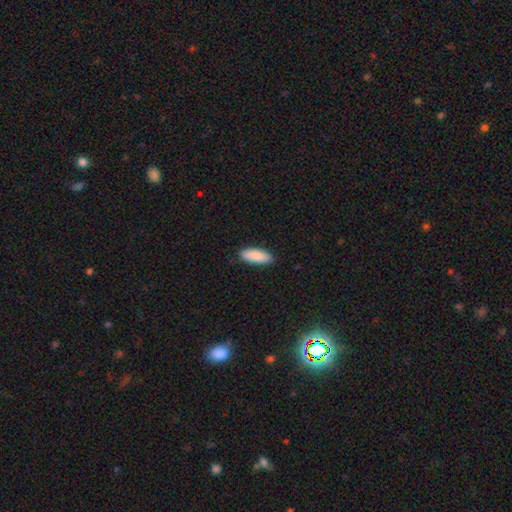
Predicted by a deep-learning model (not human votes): Smooth or featured? Predicted: smooth (p=0.90). How rounded? Predicted: in between (p=0.70). Merging? Predicted: none (p=0.89).